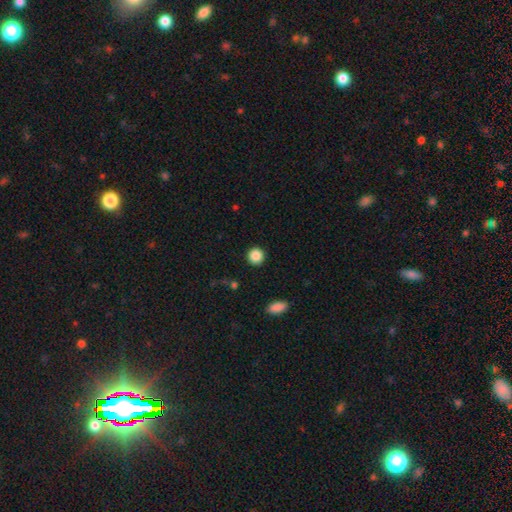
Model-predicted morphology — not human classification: smooth-or-featured: smooth: 88% | star or artifact: 9% | featured or disk: 3%
  how-rounded: round: 94% | in between: 6% | cigar-shaped: 1%
  merging: none: 92% | minor disturbance: 5% | major disturbance: 2% | merger: 1%